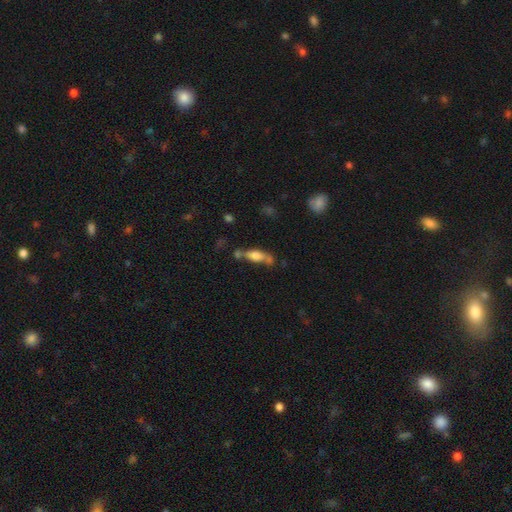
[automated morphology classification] smooth 58%, featured or disk 32%, star or artifact 10%. Down the decision tree: how rounded — in between (57%); merging — none (43%).